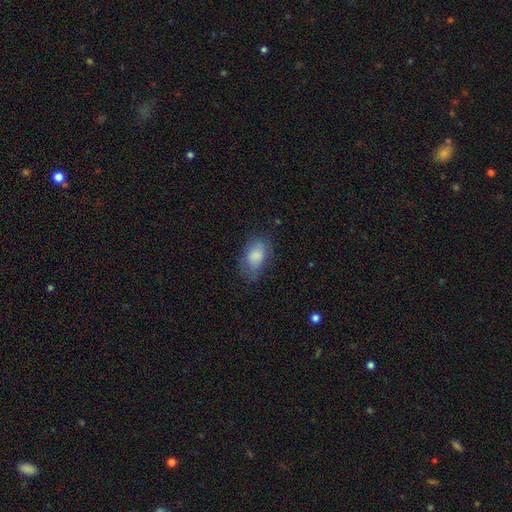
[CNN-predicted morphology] Smooth or featured?
  - smooth: 79% *
  - featured or disk: 14%
  - star or artifact: 8%
How rounded?
  - in between: 90% *
  - round: 9%
  - cigar-shaped: 2%
Merging?
  - none: 59% *
  - minor disturbance: 26%
  - major disturbance: 13%
  - merger: 1%